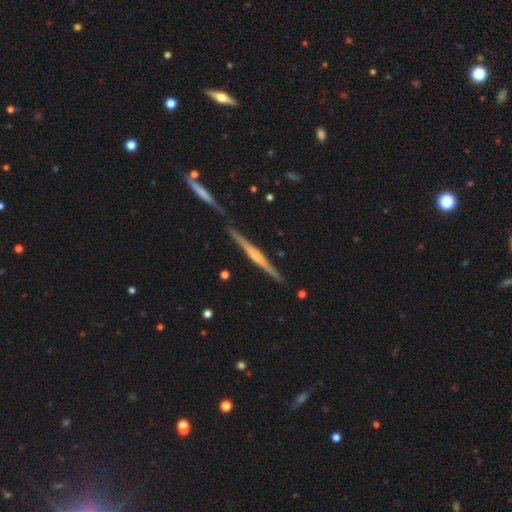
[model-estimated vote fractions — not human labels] Q: Smooth or featured?
A: featured or disk (76%); runner-up: smooth (18%)
Q: Edge-on disk?
A: yes (98%); runner-up: no (2%)
Q: Edge-on bulge?
A: rounded (68%); runner-up: none (18%)
Q: Merging?
A: none (79%); runner-up: minor disturbance (11%)